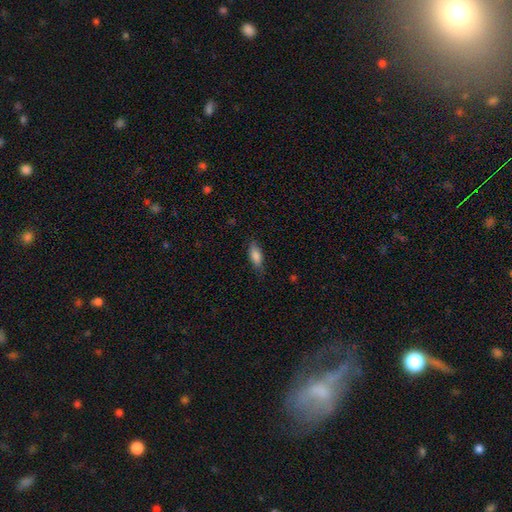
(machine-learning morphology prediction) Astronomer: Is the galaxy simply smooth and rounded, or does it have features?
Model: smooth — 84%.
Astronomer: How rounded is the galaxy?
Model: in between — 74%.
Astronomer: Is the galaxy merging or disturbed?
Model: none — 77%.